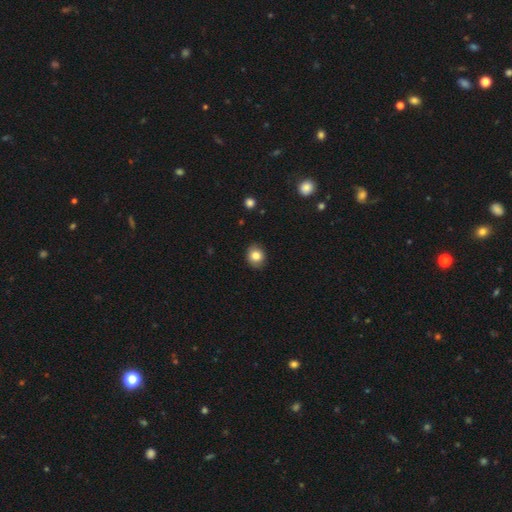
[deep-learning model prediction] Q: Smooth or featured?
A: smooth (82%); runner-up: star or artifact (10%)
Q: How rounded?
A: round (71%); runner-up: in between (28%)
Q: Merging?
A: none (87%); runner-up: minor disturbance (10%)